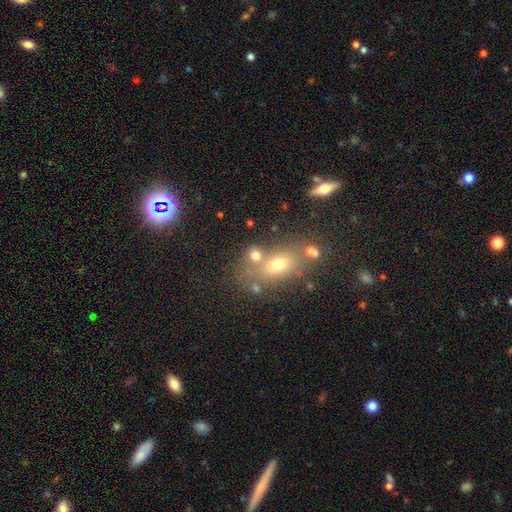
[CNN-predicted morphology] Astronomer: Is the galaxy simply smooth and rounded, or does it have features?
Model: smooth — 66%.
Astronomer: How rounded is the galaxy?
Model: in between — 60% (runner-up: round, 36%).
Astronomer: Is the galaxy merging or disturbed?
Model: none — 48% (runner-up: merger, 32%).